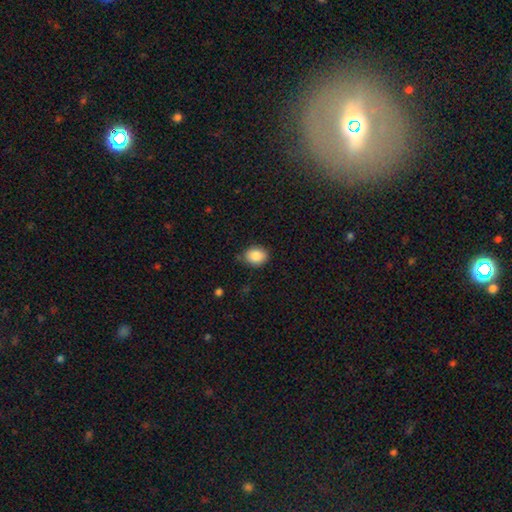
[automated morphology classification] A smooth galaxy with no disk features (87%) that is in between round and cigar-shaped (60%). Merging: none (82%).